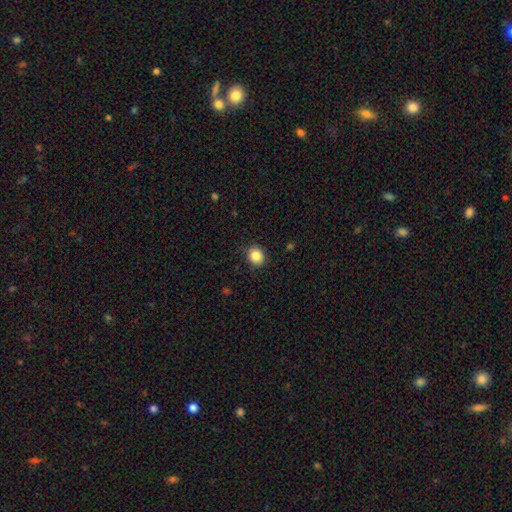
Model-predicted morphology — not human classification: Smooth or featured? smooth (85%)
How rounded? round (80%)
Merging? none (88%)